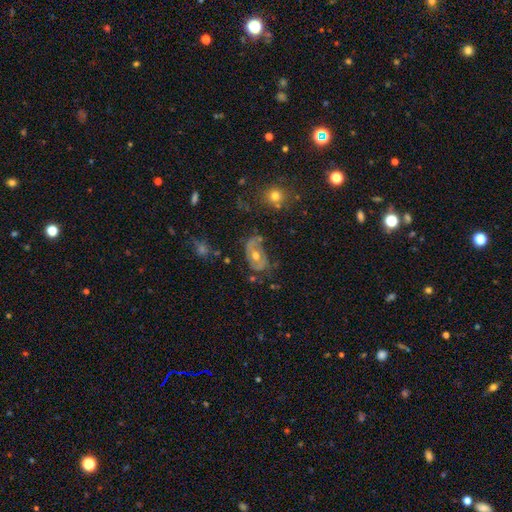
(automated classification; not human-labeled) smooth_or_featured: featured or disk (p=0.66) [alt: smooth p=0.24]
disk_edge_on: no (p=0.95) [alt: yes p=0.05]
bar: no (p=0.79) [alt: weak p=0.16]
has_spiral_arms: yes (p=0.65) [alt: no p=0.35]
bulge_size: moderate (p=0.72) [alt: small p=0.20]
merging: none (p=0.45) [alt: minor disturbance p=0.27]